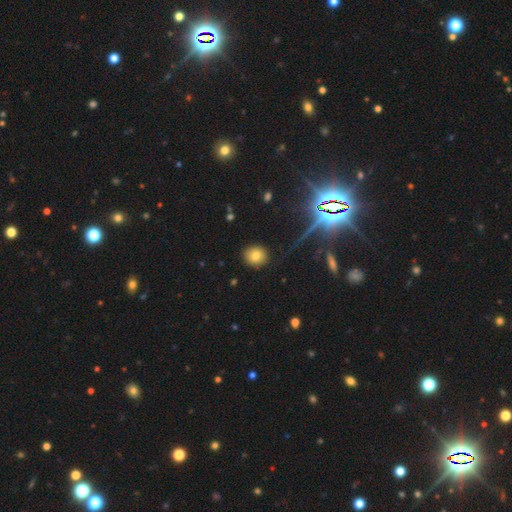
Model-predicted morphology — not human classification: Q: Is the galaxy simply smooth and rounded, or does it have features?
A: smooth — 76%.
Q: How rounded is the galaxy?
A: round — 82%.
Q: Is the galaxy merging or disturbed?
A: none — 89%.